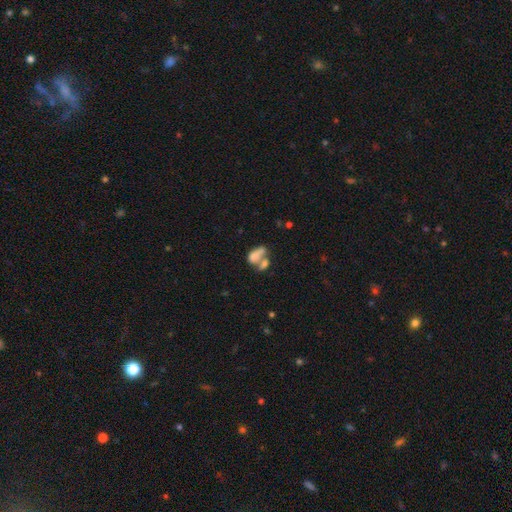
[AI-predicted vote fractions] Smooth or featured?
  - smooth: 68% *
  - featured or disk: 22%
  - star or artifact: 10%
How rounded?
  - in between: 86% *
  - round: 9%
  - cigar-shaped: 5%
Merging?
  - merger: 61% *
  - none: 18%
  - major disturbance: 11%
  - minor disturbance: 10%